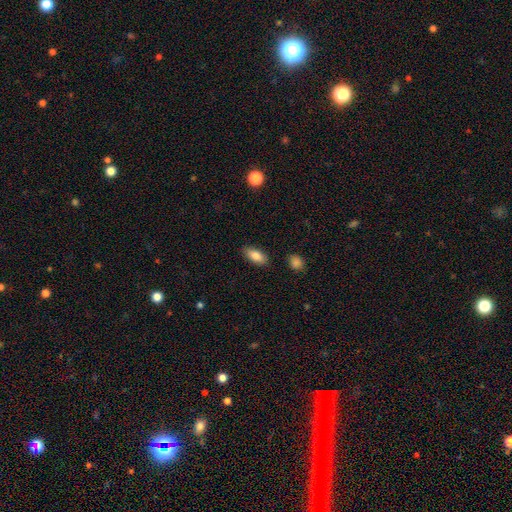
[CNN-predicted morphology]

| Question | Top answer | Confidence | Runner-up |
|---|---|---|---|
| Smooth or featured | smooth | 83% | featured or disk (10%) |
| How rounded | in between | 89% | cigar-shaped (8%) |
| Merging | none | 87% | minor disturbance (9%) |